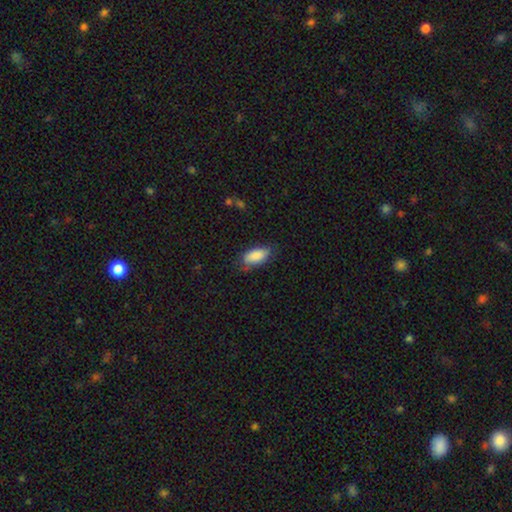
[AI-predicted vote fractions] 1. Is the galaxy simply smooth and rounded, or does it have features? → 87% smooth, 7% featured or disk, 6% star or artifact.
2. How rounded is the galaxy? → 89% in between, 8% cigar-shaped, 2% round.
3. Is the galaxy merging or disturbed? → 70% none, 23% minor disturbance, 6% major disturbance, 1% merger.